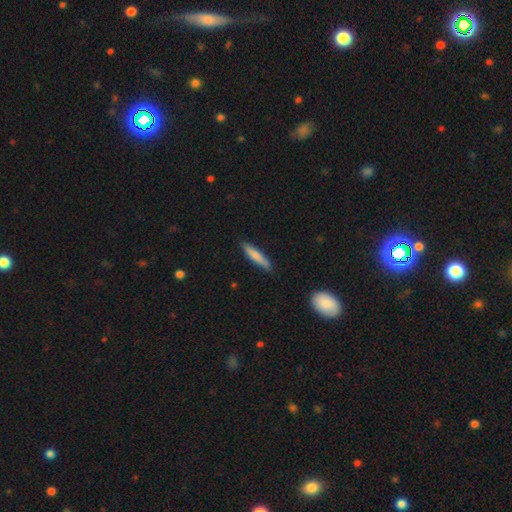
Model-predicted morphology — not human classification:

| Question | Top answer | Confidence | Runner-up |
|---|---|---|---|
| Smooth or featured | smooth | 75% | featured or disk (19%) |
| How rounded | cigar-shaped | 88% | in between (10%) |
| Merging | none | 86% | minor disturbance (10%) |